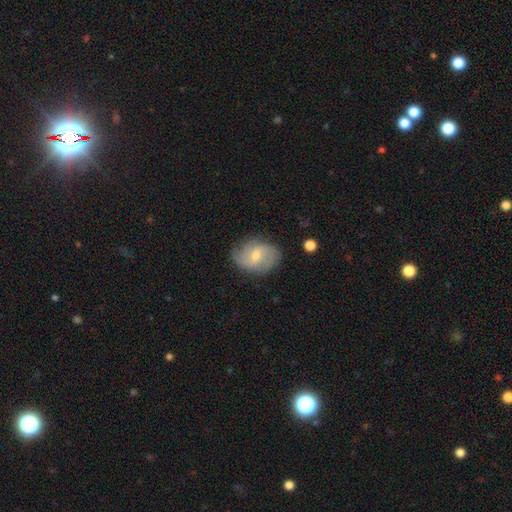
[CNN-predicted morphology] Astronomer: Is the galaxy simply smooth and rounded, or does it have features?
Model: featured or disk — 57% (runner-up: smooth, 36%).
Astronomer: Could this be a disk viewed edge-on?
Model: no — 96%.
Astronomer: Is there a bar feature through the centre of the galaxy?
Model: weak — 58%.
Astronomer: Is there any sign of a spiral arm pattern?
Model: yes — 84%.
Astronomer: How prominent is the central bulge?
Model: moderate — 52% (runner-up: small, 43%).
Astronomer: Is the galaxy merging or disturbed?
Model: none — 71%.